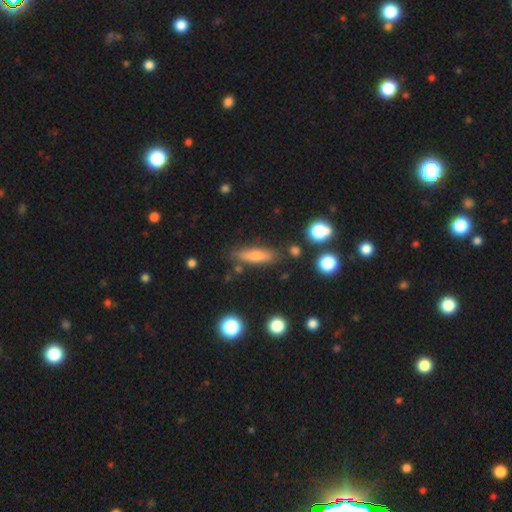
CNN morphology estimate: A smooth galaxy with no disk features (63%) that is cigar-shaped (67%).

Vote fractions:
- Smooth or featured? smooth: 63% / featured or disk: 29% / star or artifact: 8%
- How rounded? cigar-shaped: 67% / in between: 30% / round: 3%
- Merging? none: 80% / minor disturbance: 12% / merger: 5% / major disturbance: 3%